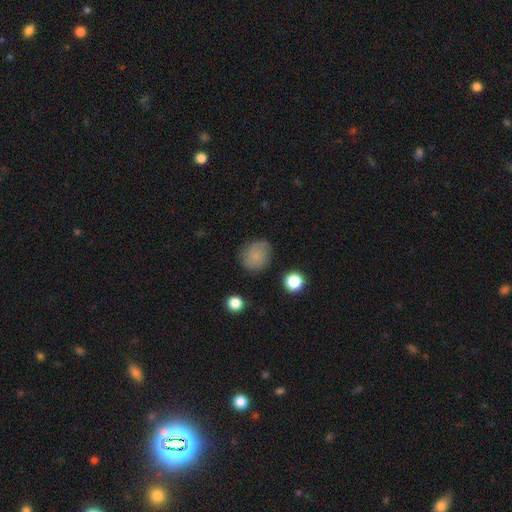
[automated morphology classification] This is likely a smooth galaxy (79%). How rounded: likely round (76%). Merging: likely none (78%).